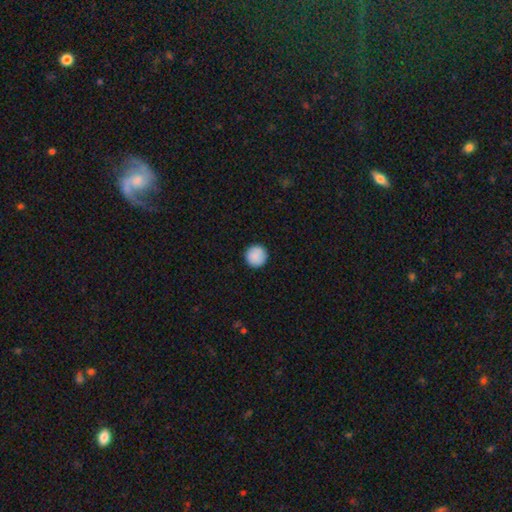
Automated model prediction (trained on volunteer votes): Overall: smooth (89%). How rounded: round (97%). Merging: none (92%).